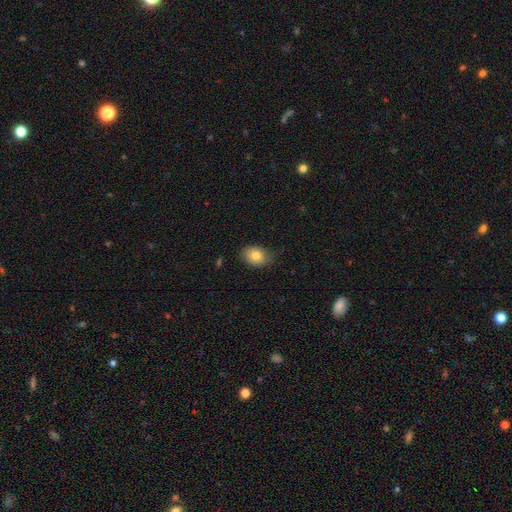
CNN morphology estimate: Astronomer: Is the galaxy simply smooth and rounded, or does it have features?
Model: smooth — 81%.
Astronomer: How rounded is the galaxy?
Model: in between — 65%.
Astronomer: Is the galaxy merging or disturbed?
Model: none — 79%.